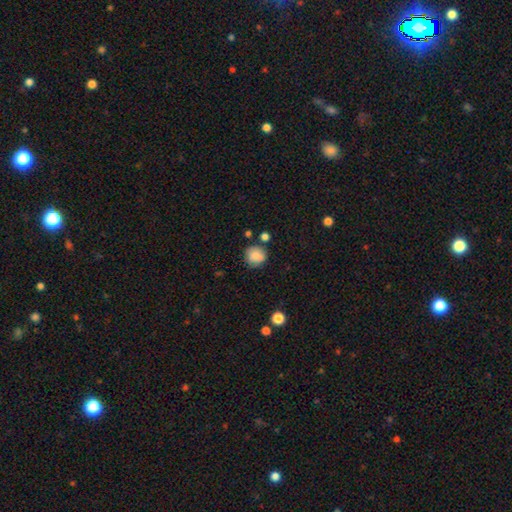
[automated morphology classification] smooth_or_featured: smooth (p=0.81) [alt: featured or disk p=0.10]
how_rounded: round (p=0.88) [alt: in between p=0.11]
merging: none (p=0.69) [alt: minor disturbance p=0.18]